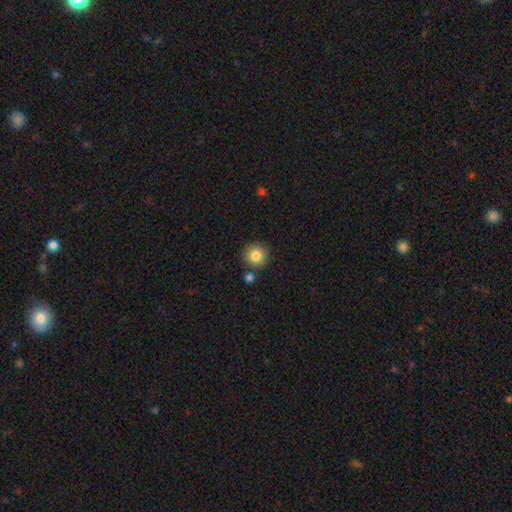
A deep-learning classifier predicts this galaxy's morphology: Q: Smooth or featured?
A: smooth (84%); runner-up: star or artifact (9%)
Q: How rounded?
A: round (94%); runner-up: in between (6%)
Q: Merging?
A: none (83%); runner-up: minor disturbance (8%)